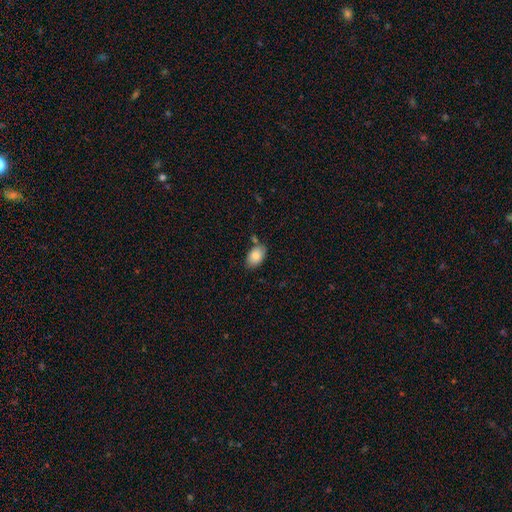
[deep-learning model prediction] A smooth galaxy with no disk features (82%) that is in between round and cigar-shaped (89%).

Vote fractions:
- Smooth or featured? smooth: 82% / featured or disk: 11% / star or artifact: 7%
- How rounded? in between: 89% / round: 10% / cigar-shaped: 1%
- Merging? none: 74% / minor disturbance: 16% / merger: 7% / major disturbance: 3%